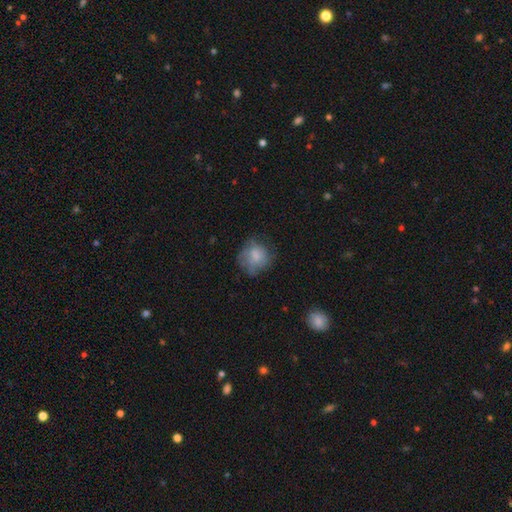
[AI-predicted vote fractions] Smooth or featured? smooth (67%)
How rounded? round (78%)
Merging? none (58%)